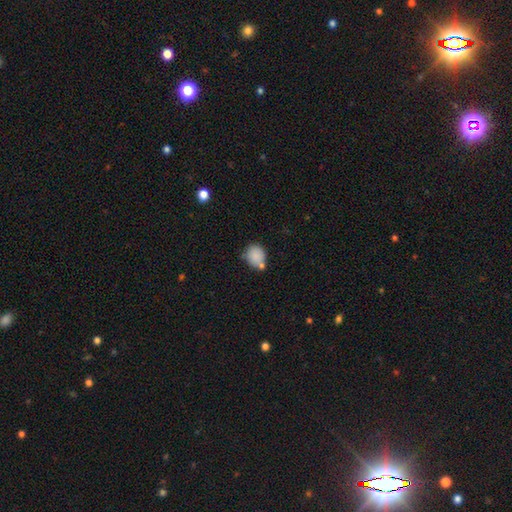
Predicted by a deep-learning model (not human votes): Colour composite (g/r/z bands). It shows a smooth galaxy with no disk features (85%) that is round (70%). Merging: none (55%).